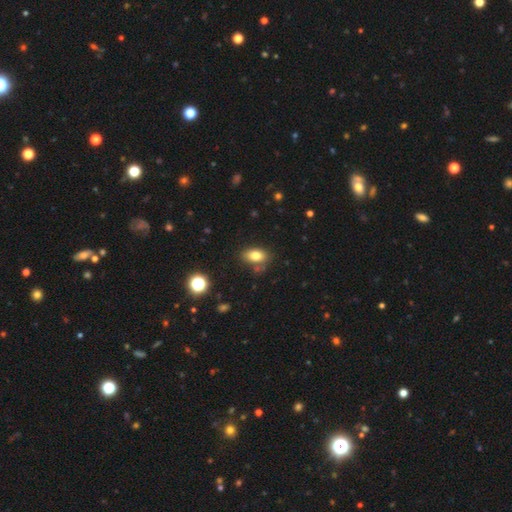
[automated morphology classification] smooth_or_featured: smooth (p=0.79) [alt: star or artifact p=0.10]
how_rounded: in between (p=0.86) [alt: round p=0.11]
merging: none (p=0.74) [alt: minor disturbance p=0.15]